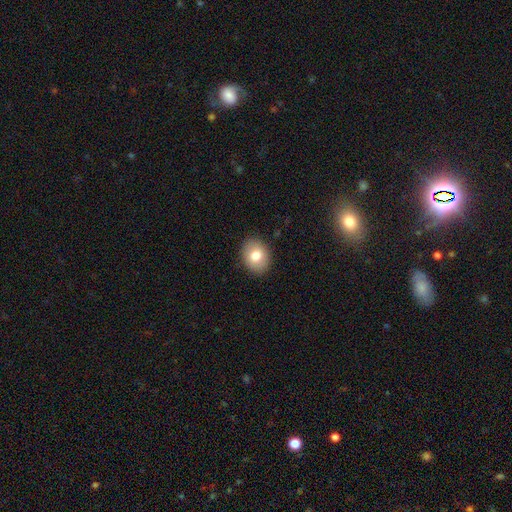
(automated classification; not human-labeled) Smooth or featured? smooth (79%)
How rounded? in between (56%)
Merging? none (89%)